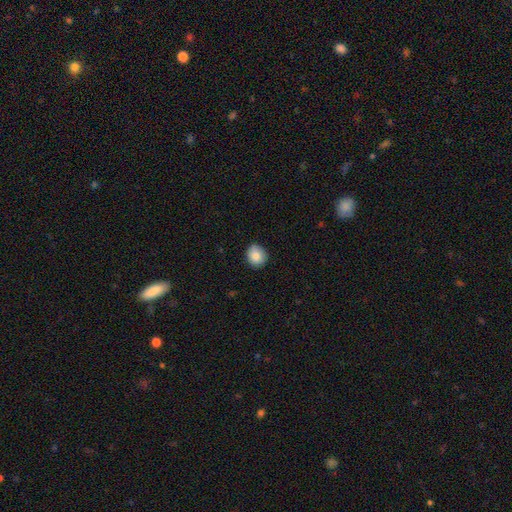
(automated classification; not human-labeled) smooth 86%, star or artifact 8%, featured or disk 6%. Down the decision tree: how rounded — round (78%); merging — none (84%).